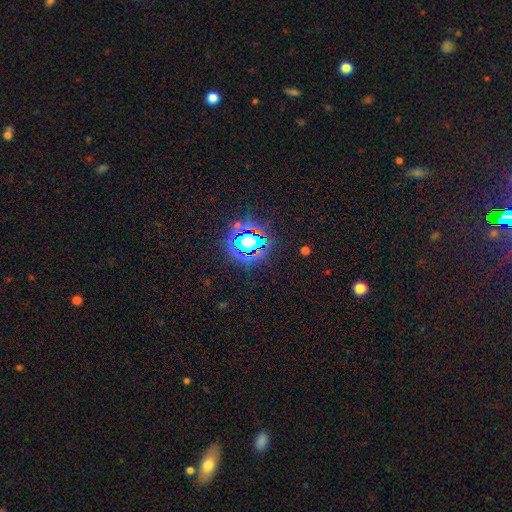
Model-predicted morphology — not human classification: smooth-or-featured: star or artifact: 72% | smooth: 18% | featured or disk: 10%